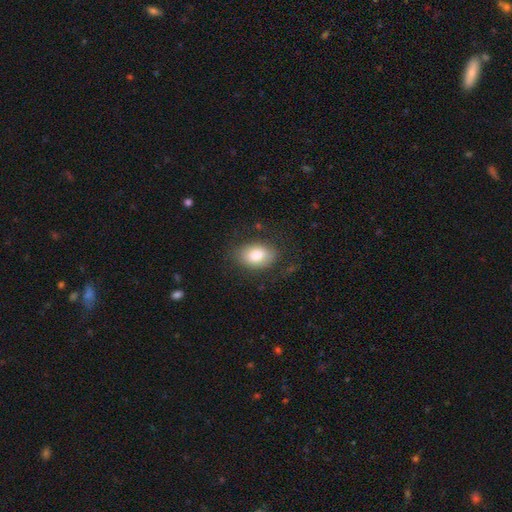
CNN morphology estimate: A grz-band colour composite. It shows a smooth galaxy with no disk features (81%) that is in between round and cigar-shaped (82%). Merging: none (77%).